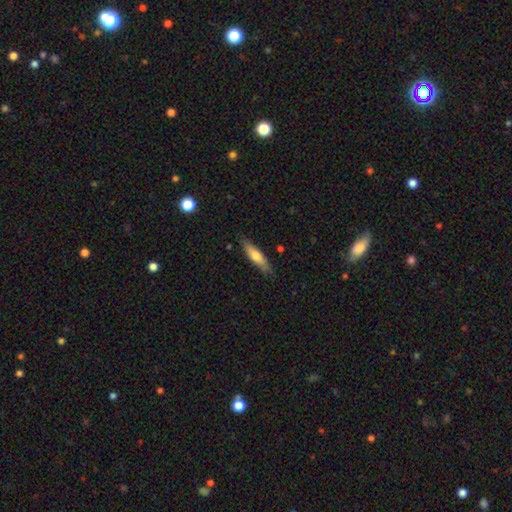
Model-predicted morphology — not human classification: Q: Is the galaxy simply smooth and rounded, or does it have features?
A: smooth — 62%.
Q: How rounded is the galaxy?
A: cigar-shaped — 75%.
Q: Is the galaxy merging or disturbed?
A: none — 84%.